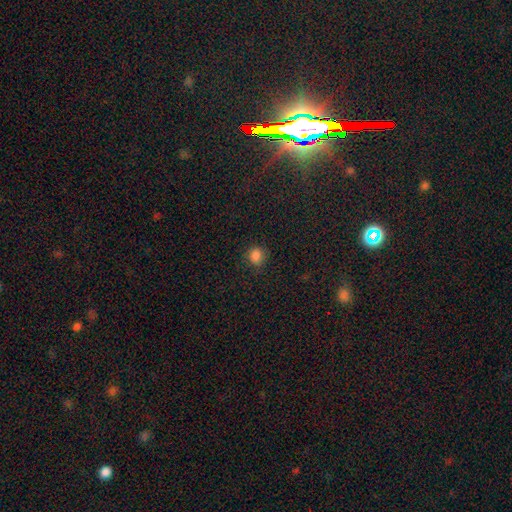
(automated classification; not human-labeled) Smooth or featured: smooth — 83% (star or artifact — 13%)
How rounded: round — 78% (in between — 21%)
Merging: none — 83% (minor disturbance — 12%)